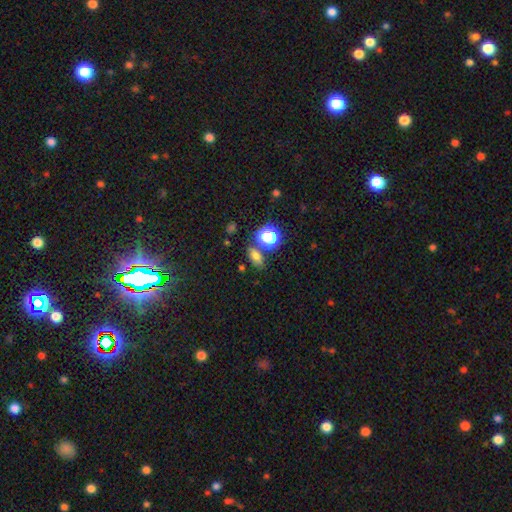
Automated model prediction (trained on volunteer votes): Smooth or featured? smooth (71%)
How rounded? in between (73%)
Merging? none (74%)